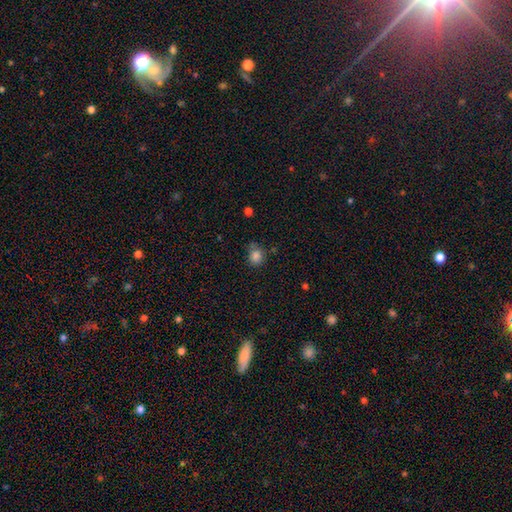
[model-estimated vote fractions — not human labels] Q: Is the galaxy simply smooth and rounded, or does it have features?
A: smooth — 84%.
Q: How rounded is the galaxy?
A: round — 73%.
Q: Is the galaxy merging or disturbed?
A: none — 62%.